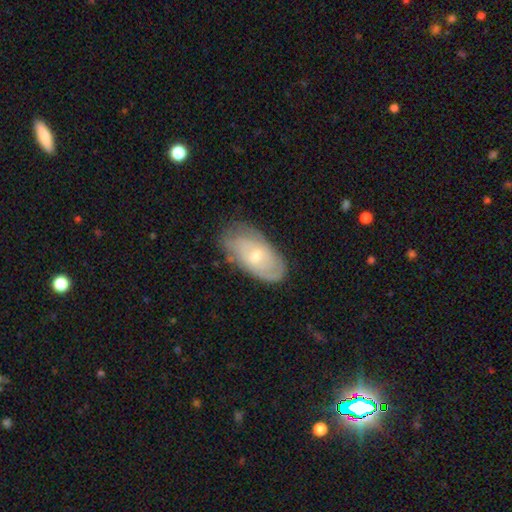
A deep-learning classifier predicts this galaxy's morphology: A featured or disk galaxy (54%). Merging: none (67%).